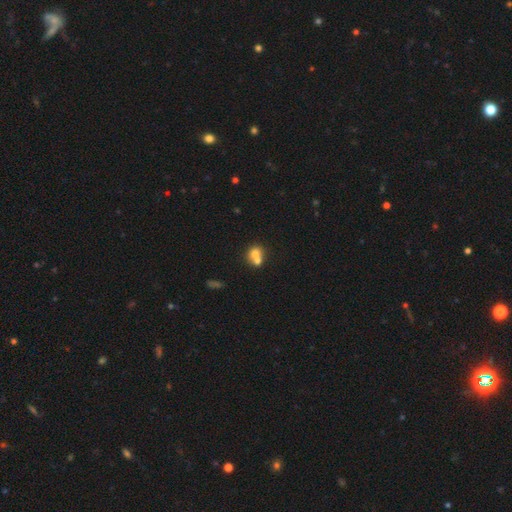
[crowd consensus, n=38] Smooth or featured? 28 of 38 (74%) said smooth. How rounded? 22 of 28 (79%) said round. Merging? 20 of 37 (54%) said merger.